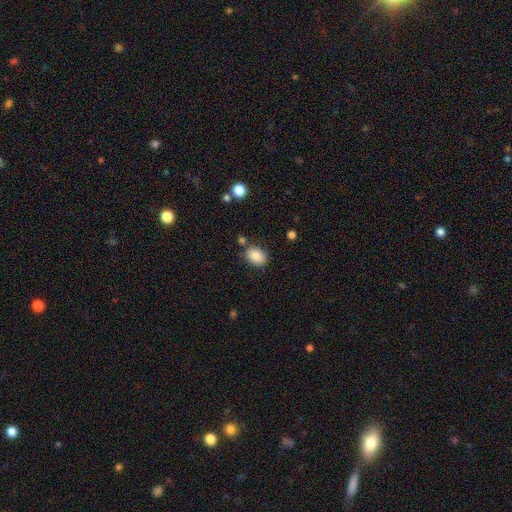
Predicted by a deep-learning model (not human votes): Smooth or featured?
  - smooth: 85% *
  - star or artifact: 8%
  - featured or disk: 7%
How rounded?
  - in between: 74% *
  - round: 25%
  - cigar-shaped: 1%
Merging?
  - none: 78% *
  - minor disturbance: 13%
  - merger: 6%
  - major disturbance: 3%